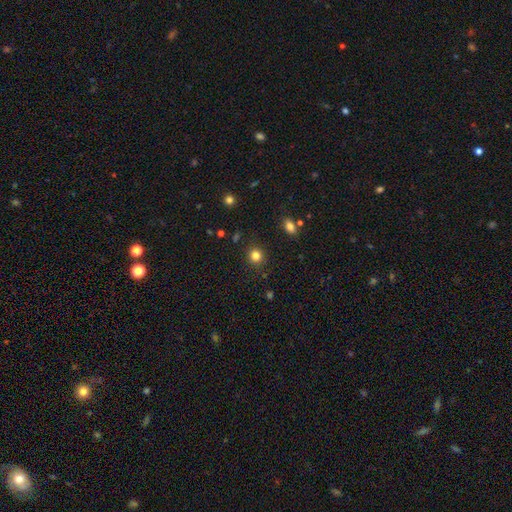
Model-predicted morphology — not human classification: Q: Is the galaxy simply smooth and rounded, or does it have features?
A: smooth — 82%.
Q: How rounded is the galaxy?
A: round — 90%.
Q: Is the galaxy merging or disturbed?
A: none — 90%.